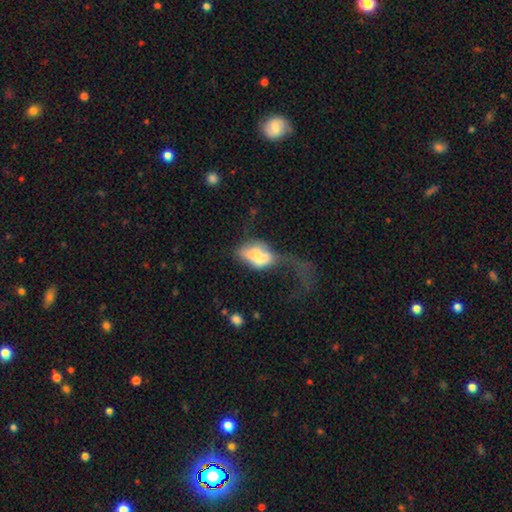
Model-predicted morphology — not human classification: This is possibly a smooth galaxy (54%). How rounded: clearly in between (81%). Merging: possibly major disturbance (53%).